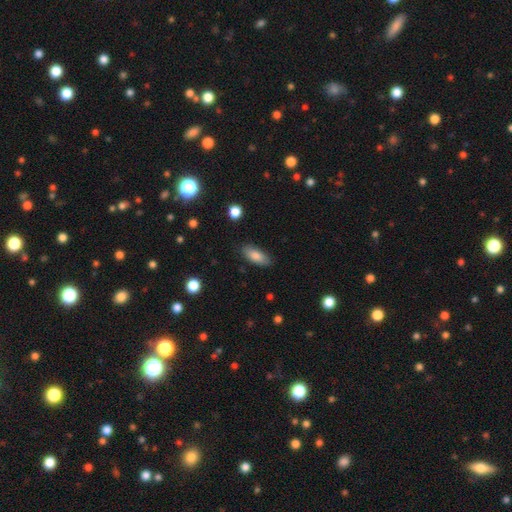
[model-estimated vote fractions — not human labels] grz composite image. It shows a smooth galaxy with no disk features (83%) that is in between round and cigar-shaped (81%). Merging: none (84%).